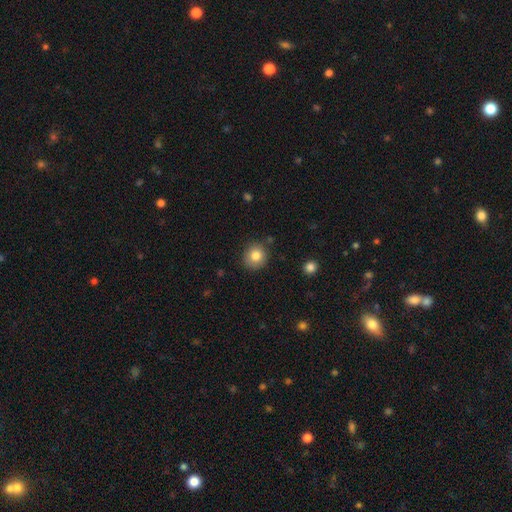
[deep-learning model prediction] A smooth galaxy with no disk features (82%) that is round (86%).

Vote fractions:
- Smooth or featured? smooth: 82% / star or artifact: 10% / featured or disk: 9%
- How rounded? round: 86% / in between: 13% / cigar-shaped: 1%
- Merging? none: 85% / minor disturbance: 10% / major disturbance: 2% / merger: 2%